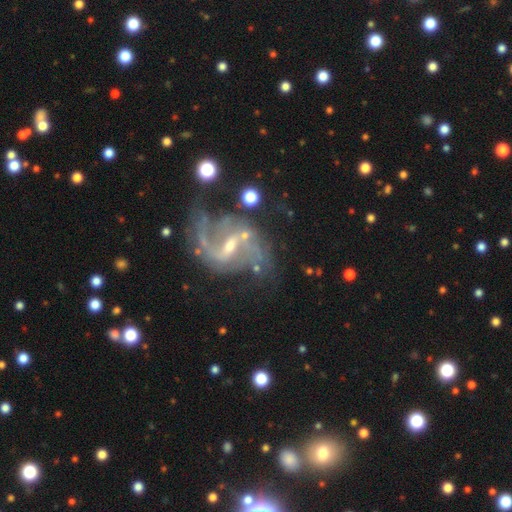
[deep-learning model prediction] smooth_or_featured: featured or disk (p=0.89) [alt: star or artifact p=0.07]
disk_edge_on: no (p=0.98) [alt: yes p=0.02]
bar: weak (p=0.50) [alt: strong p=0.36]
has_spiral_arms: yes (p=0.96) [alt: no p=0.04]
spiral_winding: loose (p=0.57) [alt: medium p=0.35]
spiral_arm_count: 2 (p=0.87) [alt: can't tell p=0.04]
bulge_size: small (p=0.66) [alt: moderate p=0.28]
merging: none (p=0.58) [alt: minor disturbance p=0.19]